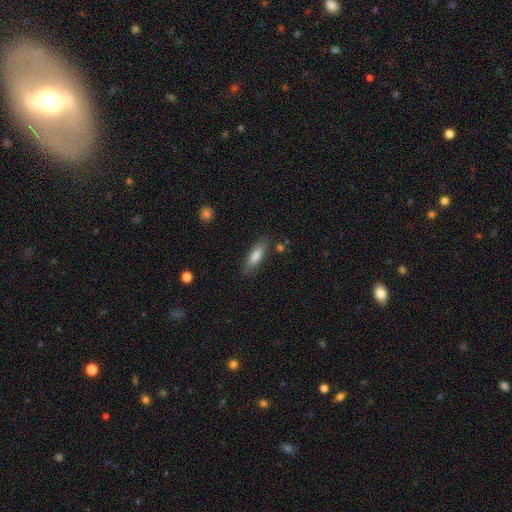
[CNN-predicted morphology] Smooth or featured: smooth — 75% (featured or disk — 17%)
How rounded: cigar-shaped — 53% (in between — 45%)
Merging: none — 81% (minor disturbance — 13%)